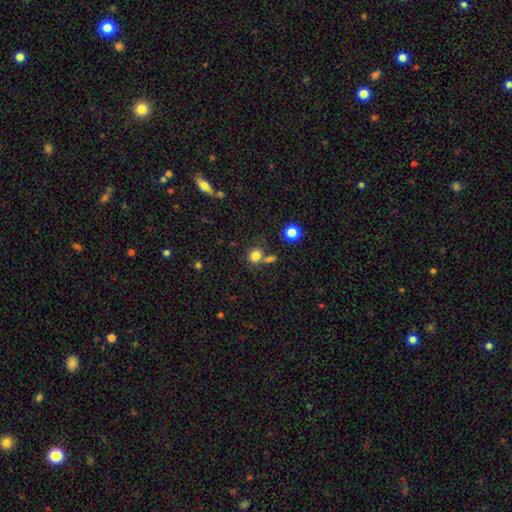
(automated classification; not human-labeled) Smooth or featured? Predicted: smooth (p=0.81). How rounded? Predicted: round (p=0.63). Merging? Predicted: none (p=0.58).